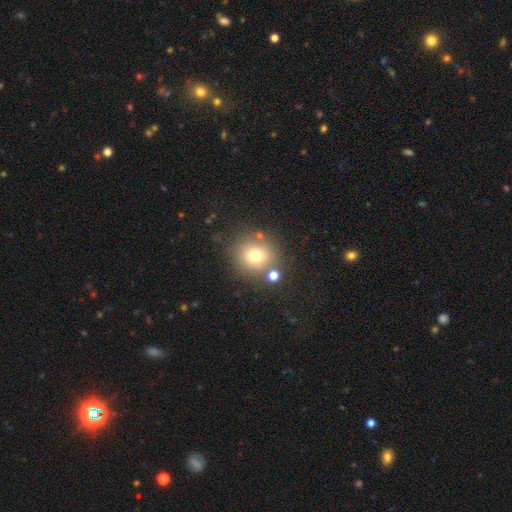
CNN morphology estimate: type=smooth (71%); roundness=round (89%); merging=none (75%).